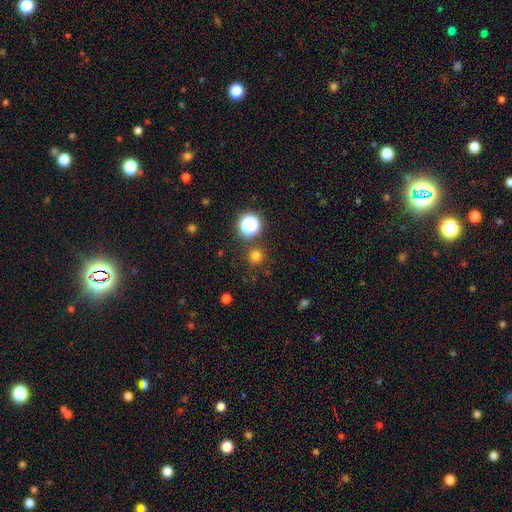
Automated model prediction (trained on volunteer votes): Q: Smooth or featured?
A: smooth (74%); runner-up: star or artifact (20%)
Q: How rounded?
A: round (96%); runner-up: in between (4%)
Q: Merging?
A: none (87%); runner-up: minor disturbance (6%)